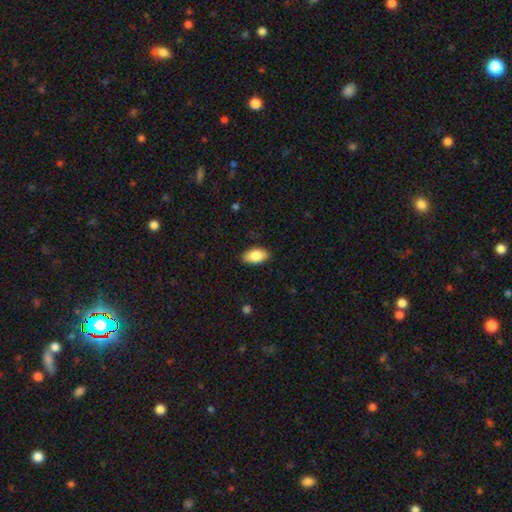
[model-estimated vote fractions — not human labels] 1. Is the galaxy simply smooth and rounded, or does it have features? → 85% smooth, 8% featured or disk, 7% star or artifact.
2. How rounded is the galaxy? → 94% in between, 3% round, 3% cigar-shaped.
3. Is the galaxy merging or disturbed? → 88% none, 9% minor disturbance, 2% major disturbance, 1% merger.